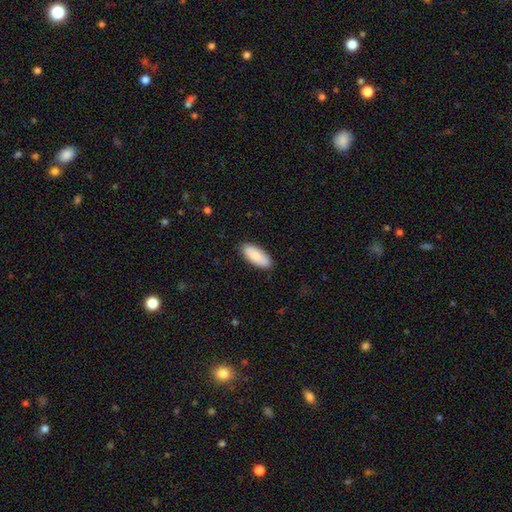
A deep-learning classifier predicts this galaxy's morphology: Smooth or featured? smooth (88%)
How rounded? in between (83%)
Merging? none (88%)